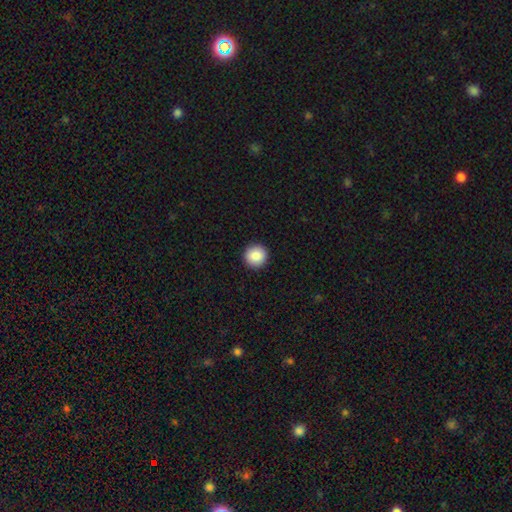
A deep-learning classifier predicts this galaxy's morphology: Overall: smooth (88%). How rounded: round (95%). Merging: none (93%).